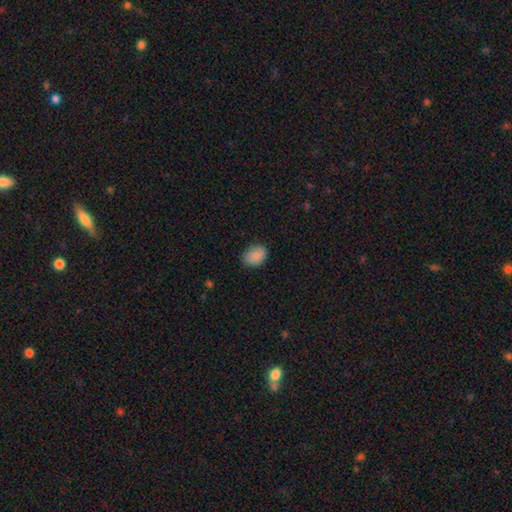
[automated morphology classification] Smooth or featured?
  - smooth: 88% *
  - star or artifact: 7%
  - featured or disk: 4%
How rounded?
  - in between: 73% *
  - round: 26%
  - cigar-shaped: 1%
Merging?
  - none: 81% *
  - minor disturbance: 15%
  - major disturbance: 3%
  - merger: 1%